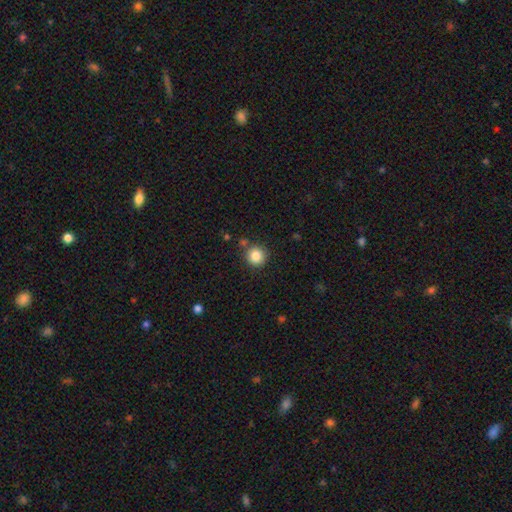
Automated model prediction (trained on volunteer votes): Smooth or featured? Predicted: smooth (p=0.85). How rounded? Predicted: round (p=0.93). Merging? Predicted: none (p=0.82).